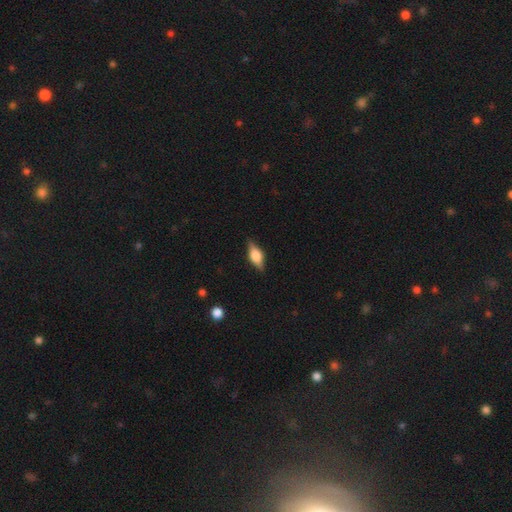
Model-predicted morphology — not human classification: type=featured or disk (50%); merging=none (83%).